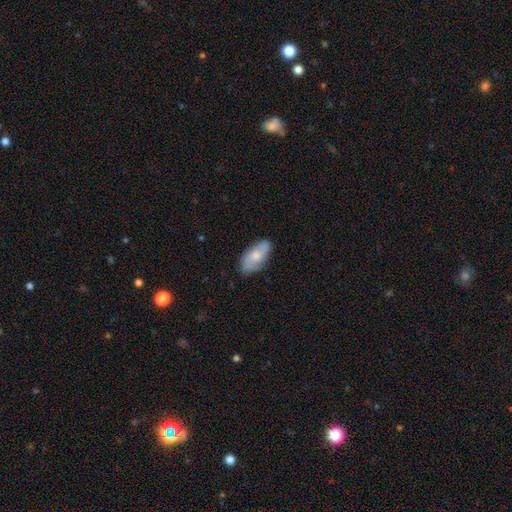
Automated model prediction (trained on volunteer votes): smooth-or-featured: smooth: 51% | featured or disk: 43% | star or artifact: 6%
  how-rounded: in between: 90% | cigar-shaped: 7% | round: 3%
  merging: none: 77% | minor disturbance: 18% | major disturbance: 4% | merger: 1%